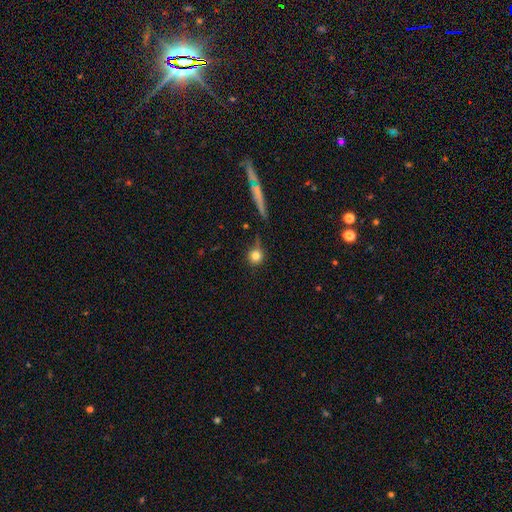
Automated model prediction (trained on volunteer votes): Smooth or featured: smooth — 80% (star or artifact — 11%)
How rounded: round — 90% (in between — 8%)
Merging: none — 69% (minor disturbance — 18%)